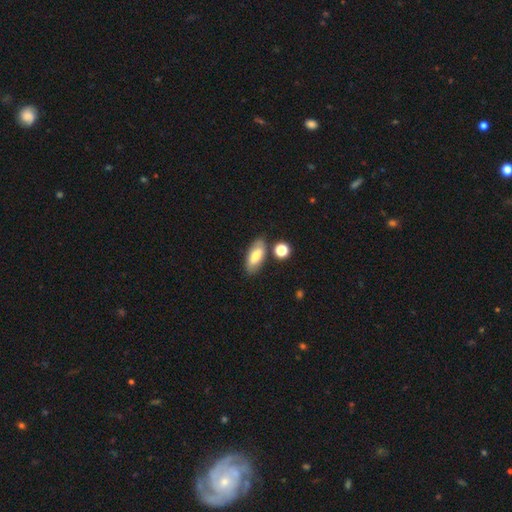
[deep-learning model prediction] Smooth or featured?
  - smooth: 73% *
  - featured or disk: 19%
  - star or artifact: 8%
How rounded?
  - in between: 81% *
  - cigar-shaped: 15%
  - round: 4%
Merging?
  - none: 73% *
  - minor disturbance: 15%
  - merger: 8%
  - major disturbance: 4%